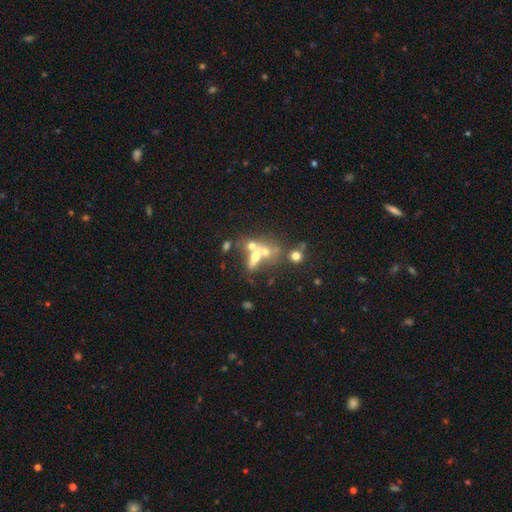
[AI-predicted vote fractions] This appears to be a smooth galaxy with no disk features (48%). Merging: merger (55%).